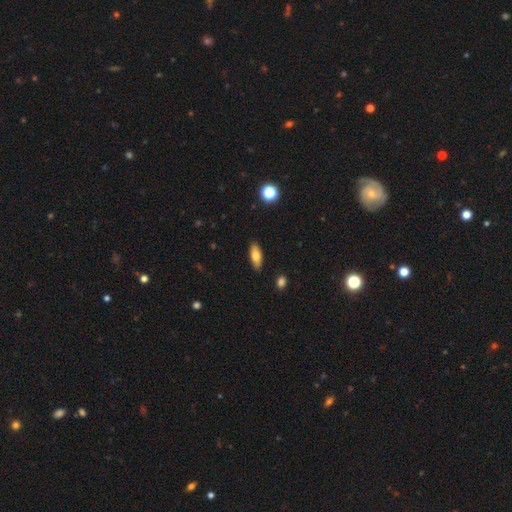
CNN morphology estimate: This appears to be a smooth galaxy with no disk features (74%) that is in between round and cigar-shaped (74%). Merging: none (89%).